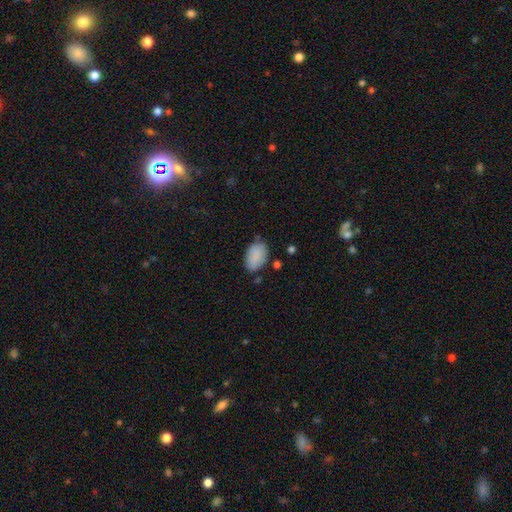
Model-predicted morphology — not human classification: The model was most divided on "merging": none: 75%, minor disturbance: 18%, major disturbance: 4%, merger: 3%. More confident: how rounded — in between (92%); smooth or featured — smooth (87%).